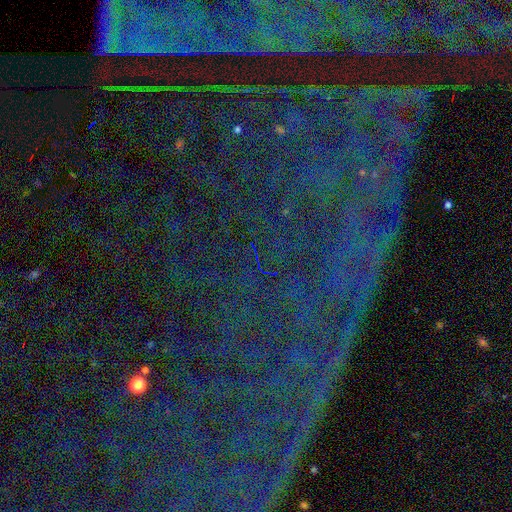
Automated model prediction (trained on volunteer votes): Morphology: type=star or artifact (84%).